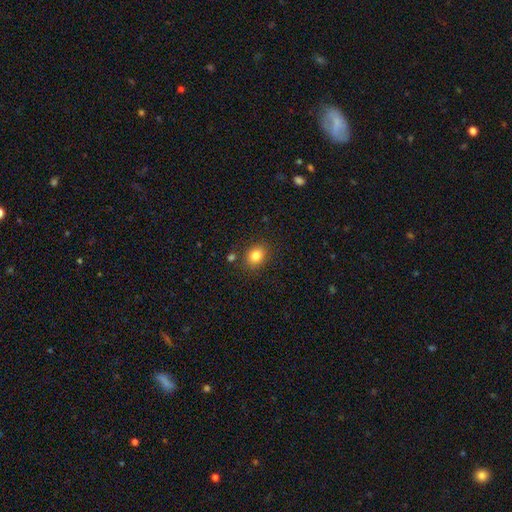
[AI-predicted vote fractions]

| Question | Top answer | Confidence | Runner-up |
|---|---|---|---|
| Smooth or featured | smooth | 84% | star or artifact (11%) |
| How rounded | round | 58% | in between (41%) |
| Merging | none | 81% | minor disturbance (11%) |